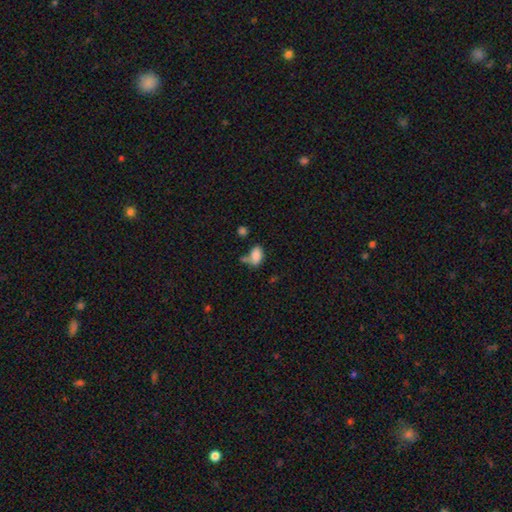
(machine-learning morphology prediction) A smooth galaxy with no disk features (83%) that is in between round and cigar-shaped (90%).

Vote fractions:
- Smooth or featured? smooth: 83% / star or artifact: 10% / featured or disk: 7%
- How rounded? in between: 90% / round: 8% / cigar-shaped: 2%
- Merging? none: 42% / merger: 25% / minor disturbance: 22% / major disturbance: 11%